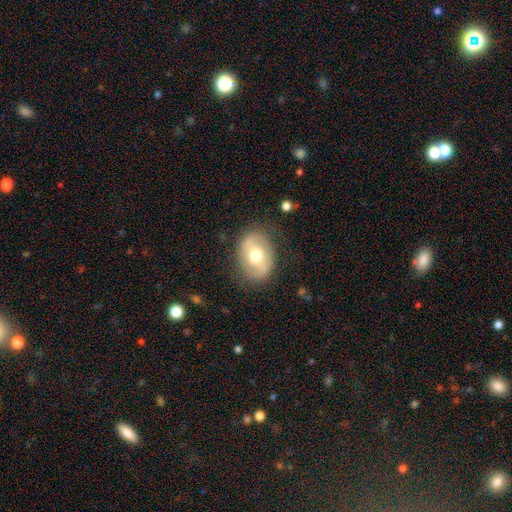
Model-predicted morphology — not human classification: Q: Smooth or featured?
A: smooth (48%); runner-up: featured or disk (46%)
Q: Merging?
A: none (79%); runner-up: minor disturbance (14%)